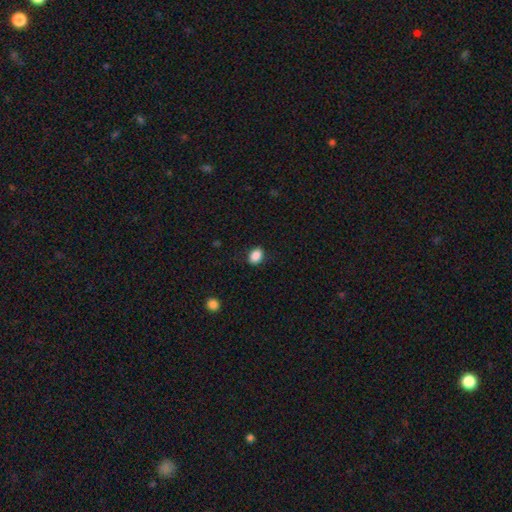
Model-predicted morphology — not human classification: Q: Smooth or featured?
A: smooth (88%); runner-up: star or artifact (9%)
Q: How rounded?
A: in between (69%); runner-up: round (30%)
Q: Merging?
A: none (84%); runner-up: minor disturbance (11%)